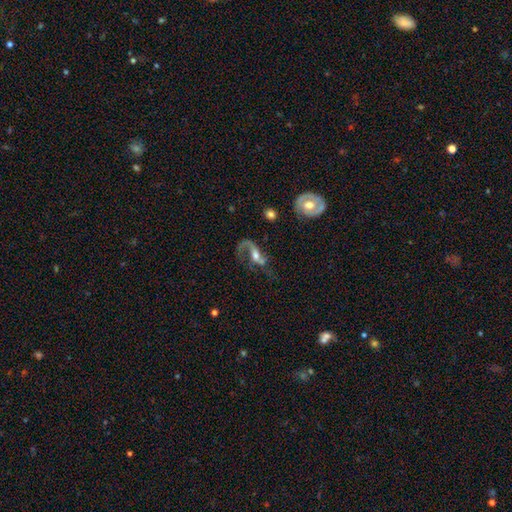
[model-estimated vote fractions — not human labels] The model was most divided on "spiral arm count": 2: 47%, 1: 46%, can't tell: 3%, 3: 1%, 4: 1%, more than 4: 1%. Remaining: edge-on disk — no (92%); spiral arms — yes (85%); spiral winding — loose (78%); smooth or featured — featured or disk (76%); bulge size — moderate (57%); bar — no (49%); merging — major disturbance (39%).